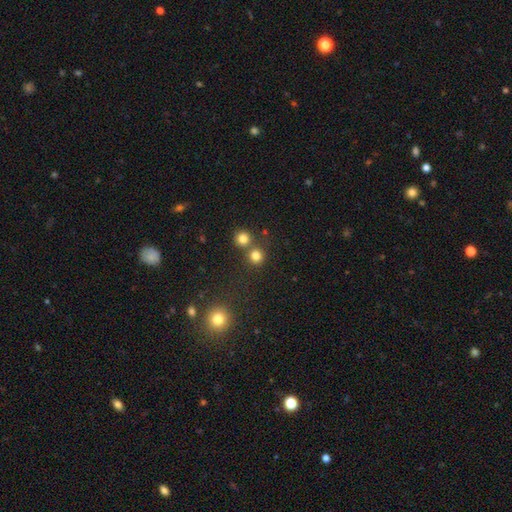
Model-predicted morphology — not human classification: Overall: smooth (79%). How rounded: round (91%). Merging: none (68%).